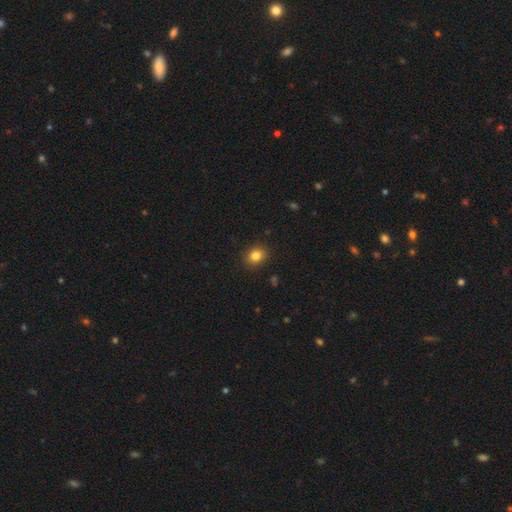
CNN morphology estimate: This appears to be a smooth galaxy with no disk features (83%) that is round (65%). Merging: none (89%).